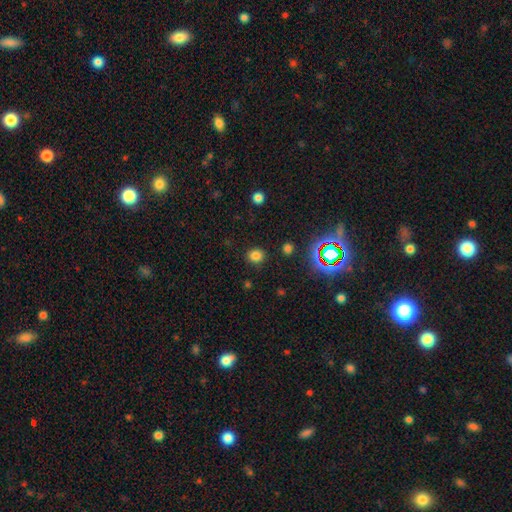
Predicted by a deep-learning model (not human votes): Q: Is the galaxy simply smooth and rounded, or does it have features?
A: smooth — 78%.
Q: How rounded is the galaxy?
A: round — 82%.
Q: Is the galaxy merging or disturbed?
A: none — 88%.